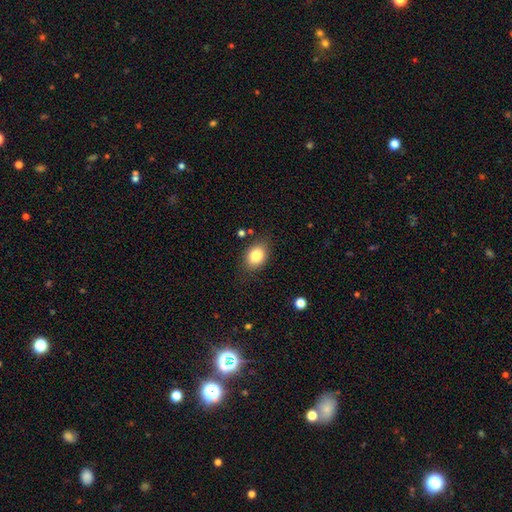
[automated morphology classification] Smooth or featured: smooth — 84% (star or artifact — 8%)
How rounded: in between — 73% (round — 26%)
Merging: none — 79% (minor disturbance — 15%)